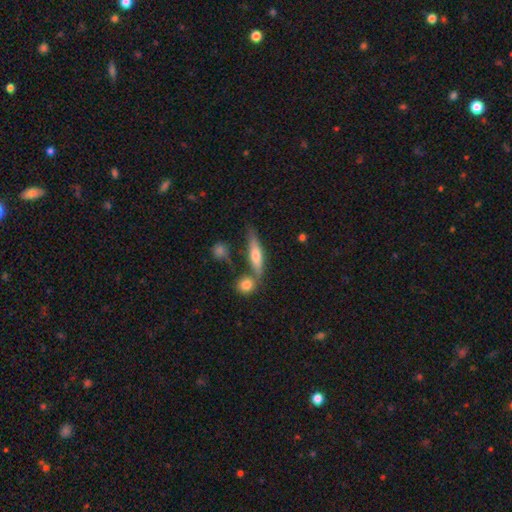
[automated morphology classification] smooth-or-featured: smooth: 51% | featured or disk: 42% | star or artifact: 7%
  how-rounded: cigar-shaped: 72% | in between: 25% | round: 3%
  merging: none: 64% | merger: 18% | minor disturbance: 14% | major disturbance: 4%